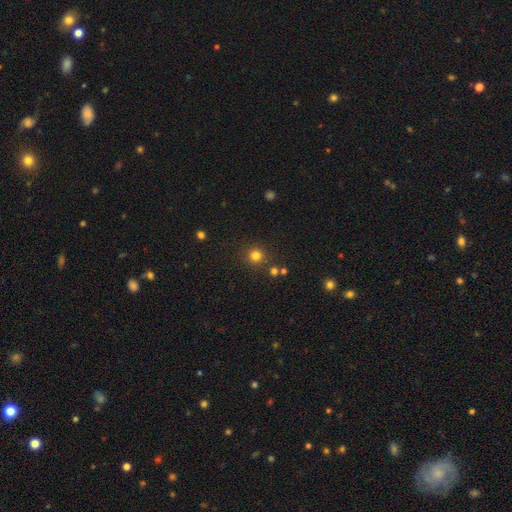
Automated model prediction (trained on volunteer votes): Smooth or featured? Predicted: smooth (p=0.79). How rounded? Predicted: round (p=0.94). Merging? Predicted: none (p=0.86).